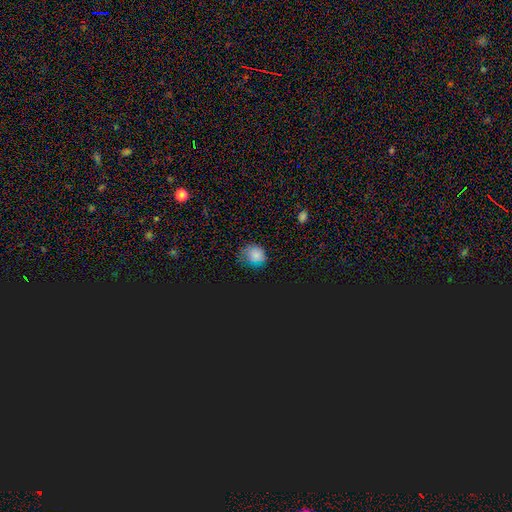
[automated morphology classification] Smooth or featured: smooth — 62% (star or artifact — 31%)
How rounded: round — 75% (in between — 24%)
Merging: none — 74% (minor disturbance — 19%)